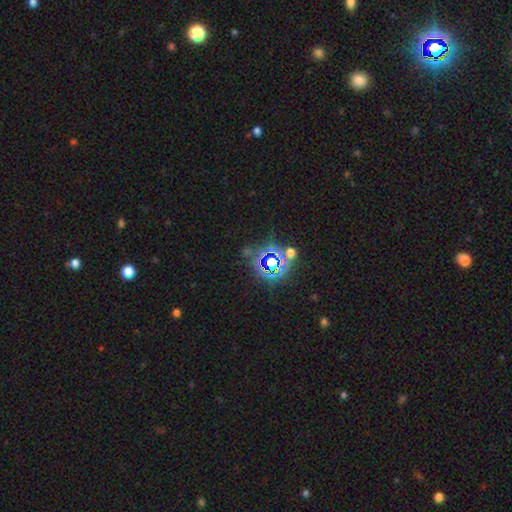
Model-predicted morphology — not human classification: Overall: star or artifact (79%).